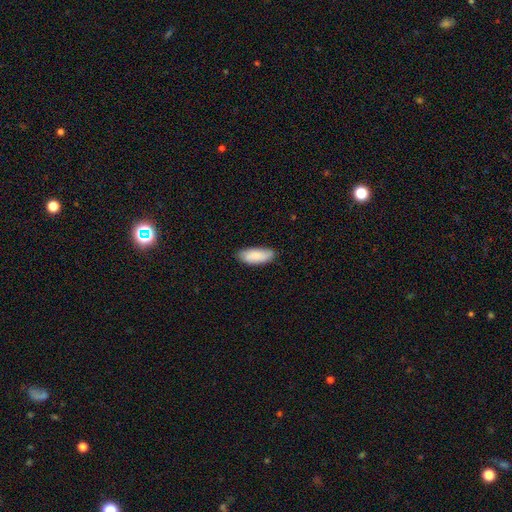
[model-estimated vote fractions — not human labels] The model was most divided on "how rounded": in between: 79%, cigar-shaped: 19%, round: 2%. More confident: smooth or featured — smooth (87%); merging — none (82%).